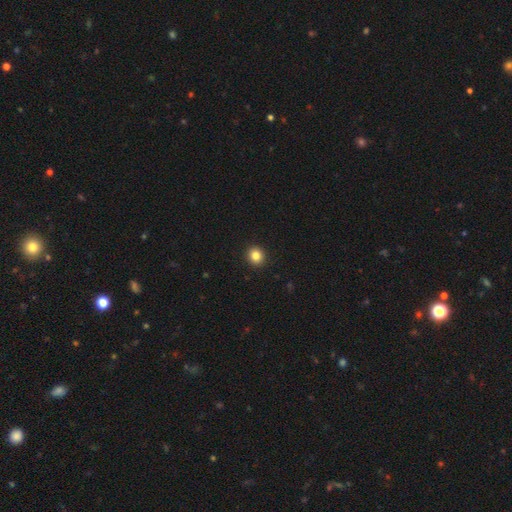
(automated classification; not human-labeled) Overall: smooth (84%). How rounded: round (87%). Merging: none (93%).